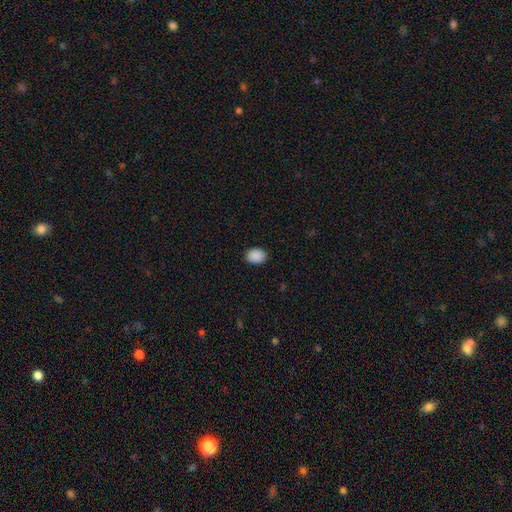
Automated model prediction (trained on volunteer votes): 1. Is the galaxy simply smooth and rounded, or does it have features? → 90% smooth, 8% star or artifact, 2% featured or disk.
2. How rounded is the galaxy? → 65% in between, 34% round, 1% cigar-shaped.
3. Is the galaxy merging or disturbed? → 89% none, 8% minor disturbance, 2% major disturbance, 1% merger.